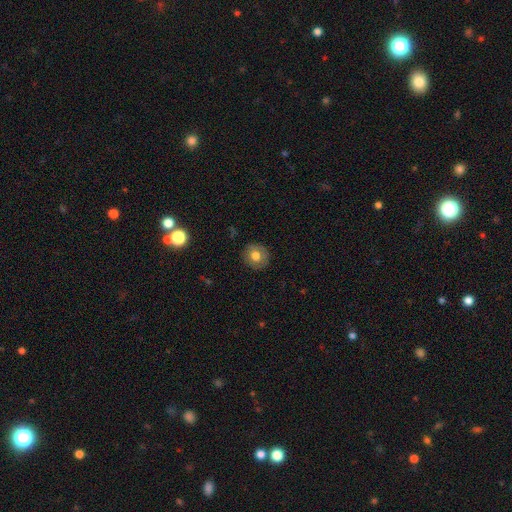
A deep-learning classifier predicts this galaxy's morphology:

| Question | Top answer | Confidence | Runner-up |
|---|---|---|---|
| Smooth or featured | smooth | 72% | featured or disk (19%) |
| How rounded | round | 86% | in between (13%) |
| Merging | none | 87% | minor disturbance (9%) |